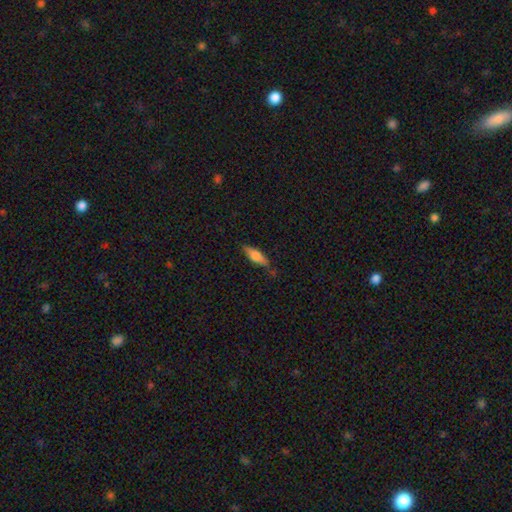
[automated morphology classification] Smooth or featured? Predicted: smooth (p=0.60). How rounded? Predicted: cigar-shaped (p=0.51). Merging? Predicted: none (p=0.74).